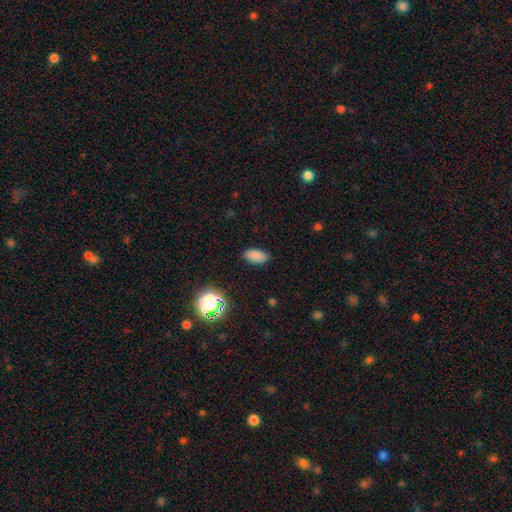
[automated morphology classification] smooth-or-featured: smooth: 84% | star or artifact: 12% | featured or disk: 4%
  how-rounded: in between: 92% | round: 4% | cigar-shaped: 4%
  merging: none: 87% | minor disturbance: 9% | major disturbance: 2% | merger: 1%